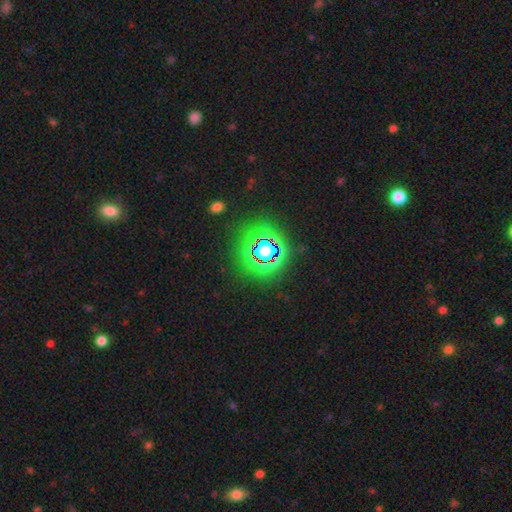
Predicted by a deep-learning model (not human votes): star or artifact 80%, smooth 13%, featured or disk 7%.